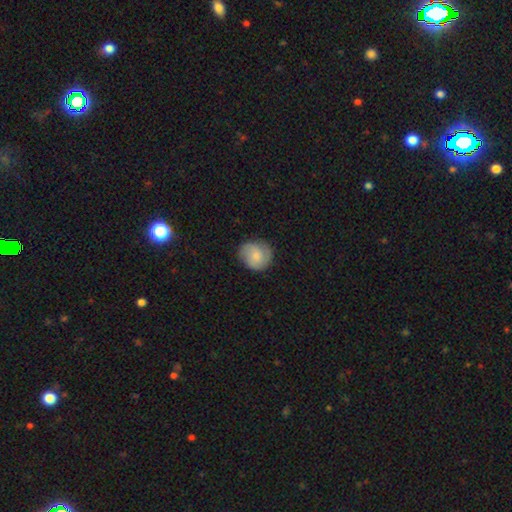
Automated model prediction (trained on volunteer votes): smooth_or_featured: smooth (p=0.66) [alt: featured or disk p=0.27]
how_rounded: round (p=0.83) [alt: in between p=0.16]
merging: none (p=0.77) [alt: minor disturbance p=0.18]